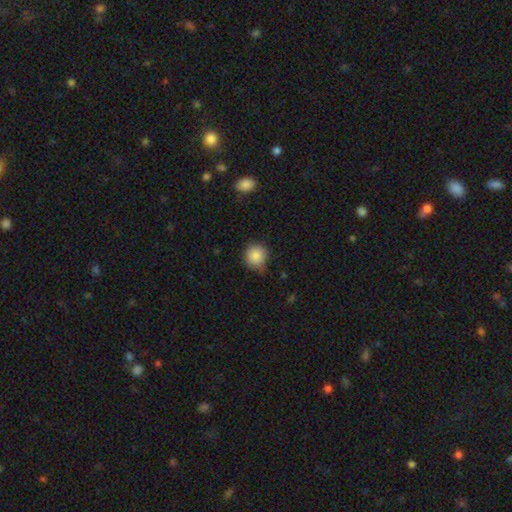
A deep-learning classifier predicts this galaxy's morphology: A smooth galaxy with no disk features (86%) that is round (91%).

Vote fractions:
- Smooth or featured? smooth: 86% / star or artifact: 9% / featured or disk: 6%
- How rounded? round: 91% / in between: 8% / cigar-shaped: 1%
- Merging? none: 72% / minor disturbance: 23% / major disturbance: 4% / merger: 2%